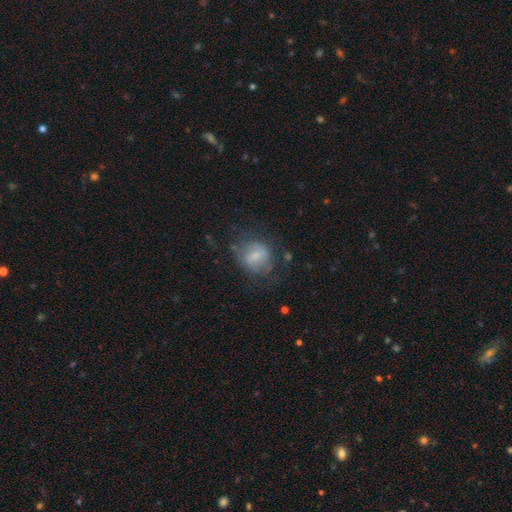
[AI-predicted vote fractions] A smooth galaxy with no disk features (49%).

Vote fractions:
- Smooth or featured? smooth: 49% / featured or disk: 41% / star or artifact: 9%
- Merging? none: 52% / minor disturbance: 25% / major disturbance: 20% / merger: 3%